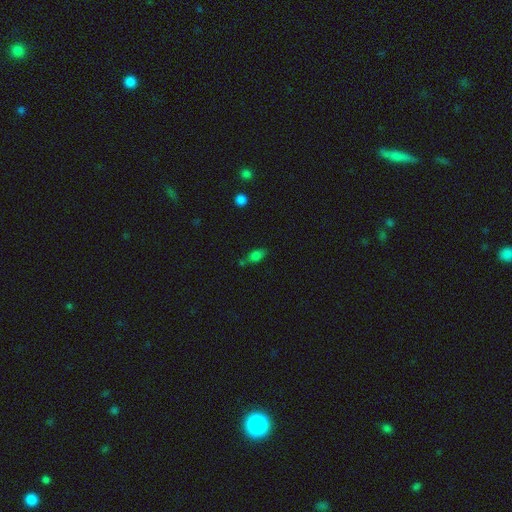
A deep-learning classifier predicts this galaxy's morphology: Q: Smooth or featured?
A: smooth (75%); runner-up: star or artifact (17%)
Q: How rounded?
A: in between (83%); runner-up: round (9%)
Q: Merging?
A: none (61%); runner-up: minor disturbance (18%)